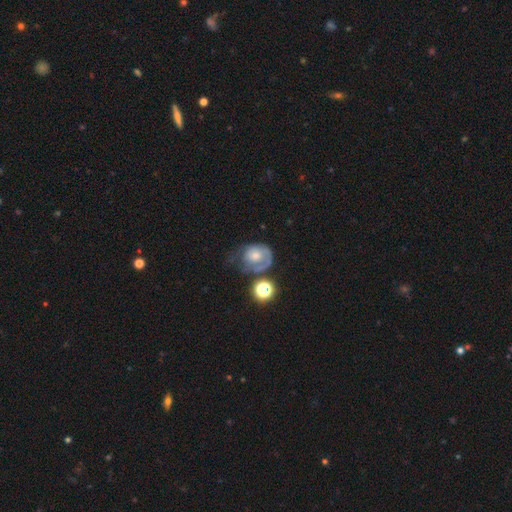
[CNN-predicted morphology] Q: Smooth or featured?
A: featured or disk (48%); runner-up: smooth (43%)
Q: Merging?
A: major disturbance (33%); runner-up: none (31%)